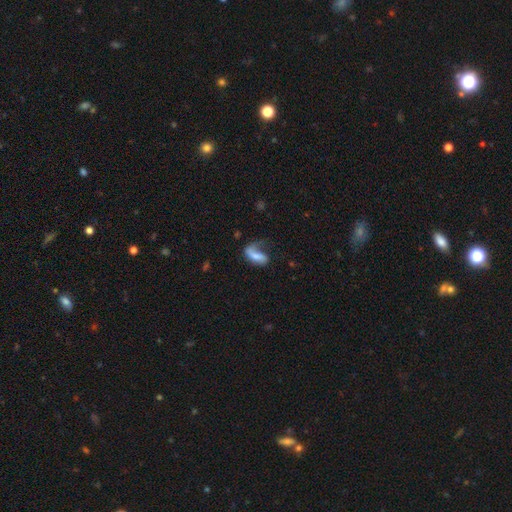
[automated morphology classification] smooth 47%, featured or disk 44%, star or artifact 8%. Down the decision tree: merging — major disturbance (42%).